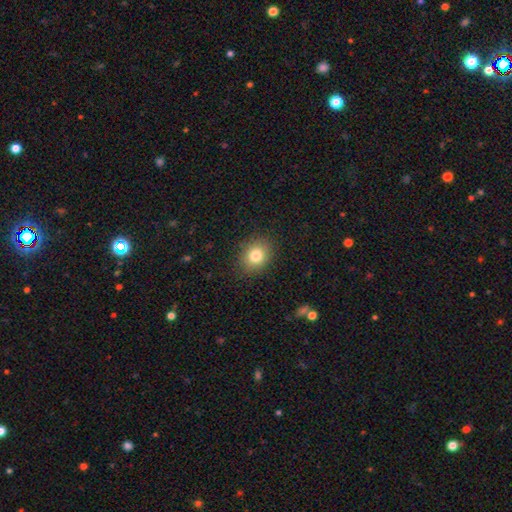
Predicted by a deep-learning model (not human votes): A smooth galaxy with no disk features (81%) that is in between round and cigar-shaped (50%).

Vote fractions:
- Smooth or featured? smooth: 81% / star or artifact: 10% / featured or disk: 9%
- How rounded? in between: 50% / round: 49% / cigar-shaped: 1%
- Merging? none: 87% / minor disturbance: 9% / major disturbance: 3% / merger: 1%